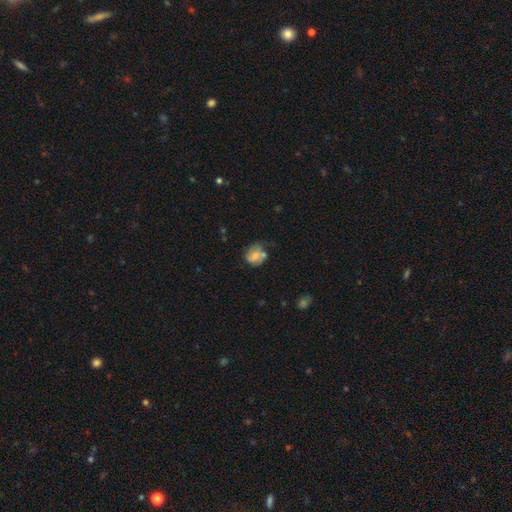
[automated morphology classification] Smooth or featured? smooth (58%)
How rounded? round (58%)
Merging? none (41%)